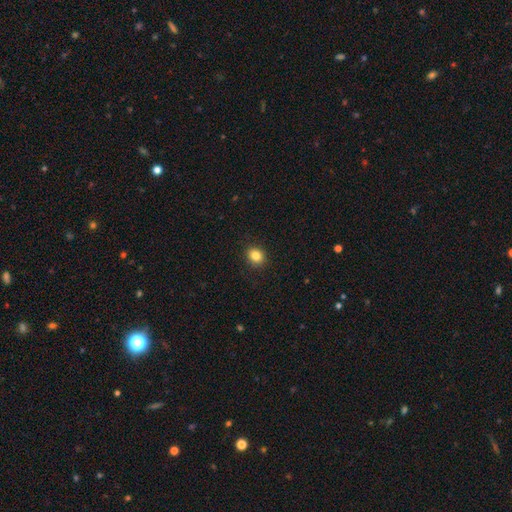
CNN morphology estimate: Q: Smooth or featured?
A: smooth (84%); runner-up: star or artifact (11%)
Q: How rounded?
A: round (69%); runner-up: in between (30%)
Q: Merging?
A: none (91%); runner-up: minor disturbance (7%)